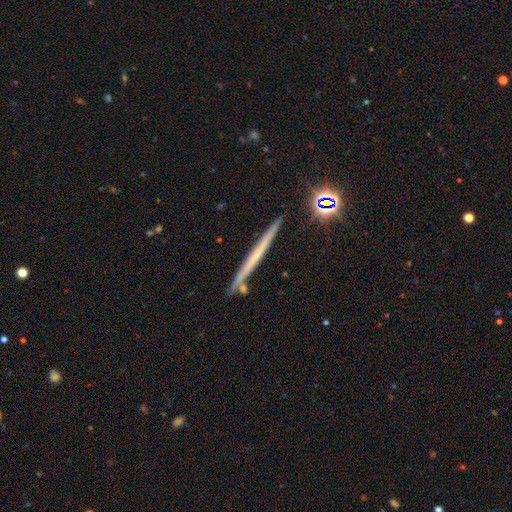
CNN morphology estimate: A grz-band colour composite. It shows a featured or disk galaxy (54%) viewed edge-on (97%) with no central bulge (85%). Merging: none (87%).